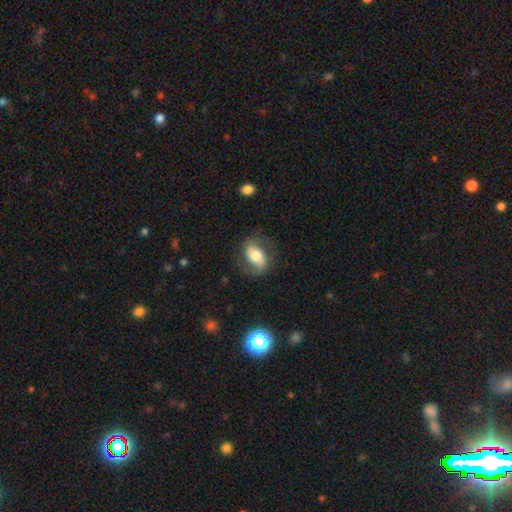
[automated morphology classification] Smooth or featured?
  - featured or disk: 56% *
  - smooth: 37%
  - star or artifact: 8%
Edge-on disk?
  - no: 94% *
  - yes: 6%
Bar?
  - no: 36% *
  - weak: 34%
  - strong: 29%
Spiral arms?
  - yes: 82% *
  - no: 18%
Bulge size?
  - moderate: 58% *
  - large: 27%
  - small: 10%
  - dominant: 3%
  - none: 2%
Merging?
  - none: 71% *
  - minor disturbance: 18%
  - major disturbance: 10%
  - merger: 1%